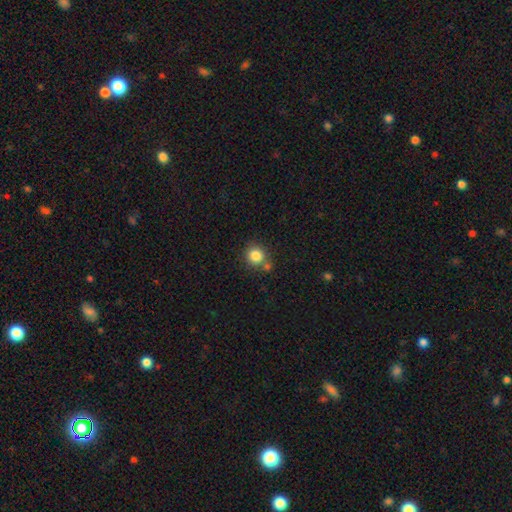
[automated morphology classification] type=smooth (84%); roundness=round (88%); merging=none (68%).